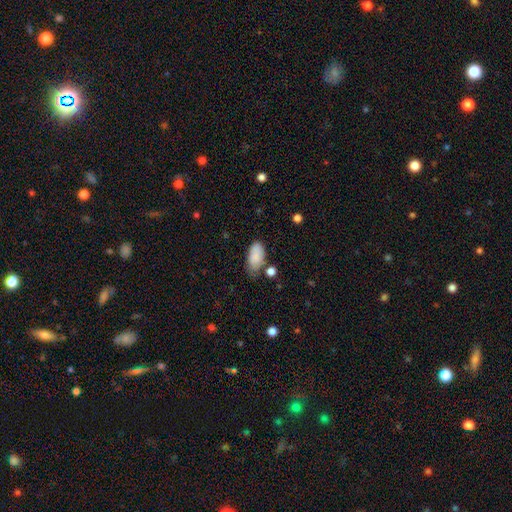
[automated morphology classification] Smooth or featured? Predicted: smooth (p=0.85). How rounded? Predicted: in between (p=0.93). Merging? Predicted: none (p=0.55).